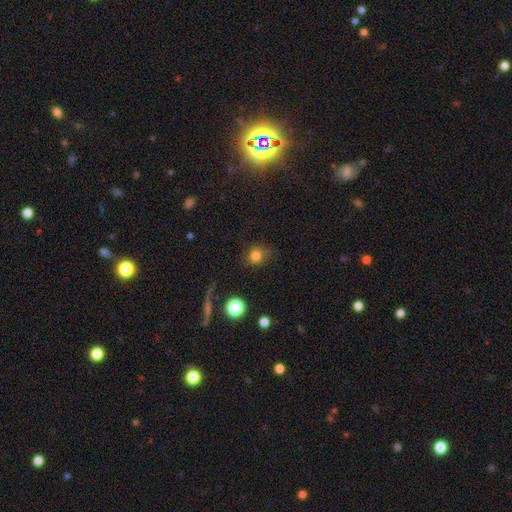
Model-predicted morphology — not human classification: smooth-or-featured: smooth: 78% | star or artifact: 14% | featured or disk: 8%
  how-rounded: round: 84% | in between: 15% | cigar-shaped: 1%
  merging: none: 80% | minor disturbance: 13% | major disturbance: 5% | merger: 2%